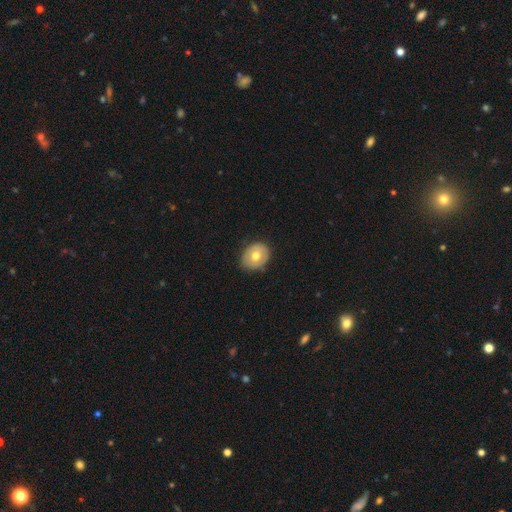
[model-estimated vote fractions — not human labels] Overall: smooth (64%; featured or disk 29%). How rounded: round (55%; in between 44%). Merging: none (83%).